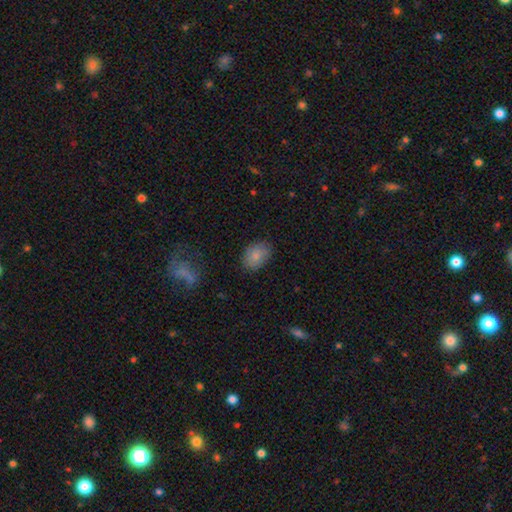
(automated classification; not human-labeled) smooth 85%, featured or disk 8%, star or artifact 8%. Down the decision tree: how rounded — in between (76%); merging — none (83%).